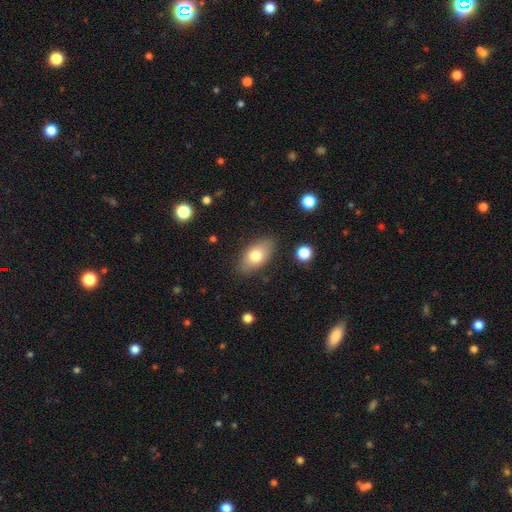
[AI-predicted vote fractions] Morphology: type=smooth (76%); roundness=in between (90%); merging=none (83%).